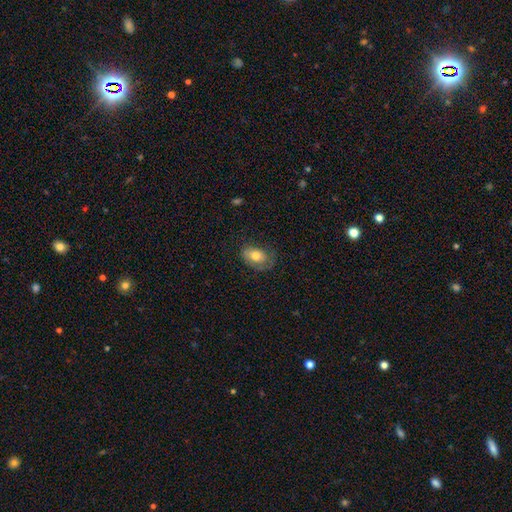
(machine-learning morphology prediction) type=smooth (66%); roundness=in between (85%); merging=none (58%).